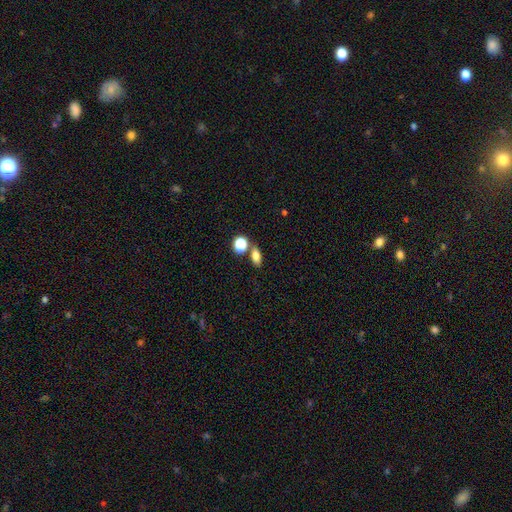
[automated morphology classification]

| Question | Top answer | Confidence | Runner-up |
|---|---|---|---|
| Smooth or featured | smooth | 77% | star or artifact (12%) |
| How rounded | in between | 76% | round (17%) |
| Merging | none | 71% | merger (15%) |